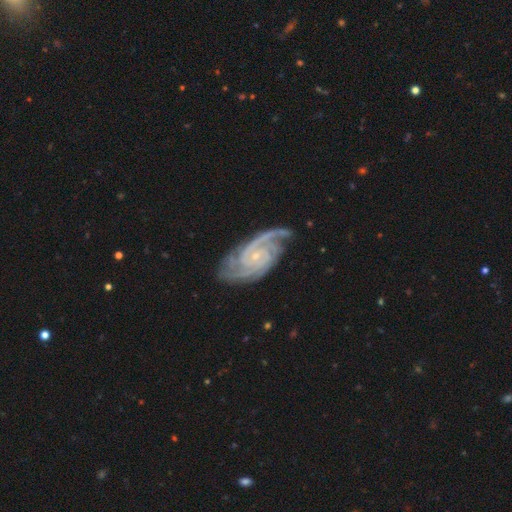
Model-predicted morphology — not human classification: A featured or disk galaxy (93%) with no bar (62%), 2 (34%) tight (61%) spiral arms (99%) and a small central bulge (83%). Merging: none (75%).